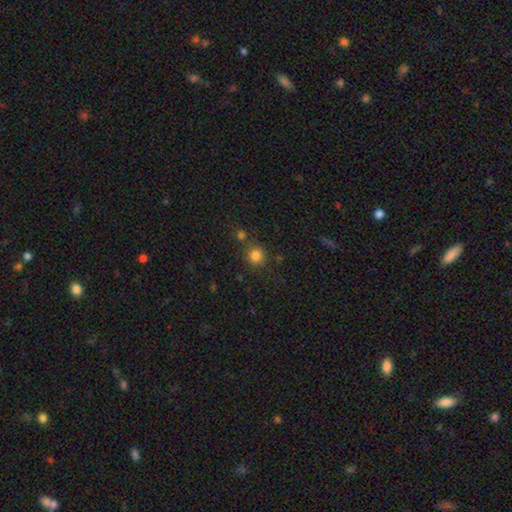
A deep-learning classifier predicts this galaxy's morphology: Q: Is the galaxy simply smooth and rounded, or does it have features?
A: smooth — 82%.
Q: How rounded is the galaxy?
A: round — 92%.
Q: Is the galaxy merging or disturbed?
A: none — 78%.